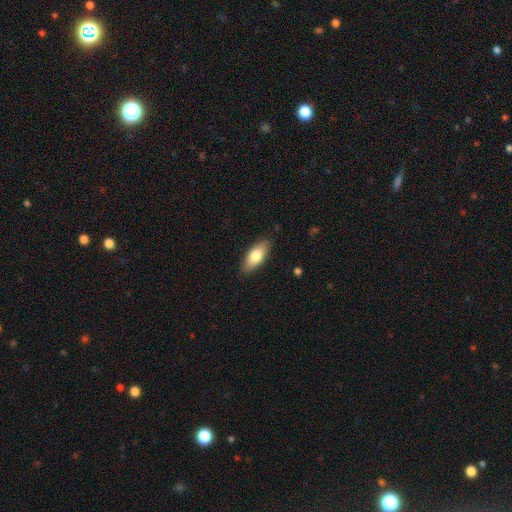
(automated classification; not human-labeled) Smooth or featured?
  - smooth: 75% *
  - featured or disk: 19%
  - star or artifact: 6%
How rounded?
  - in between: 81% *
  - cigar-shaped: 16%
  - round: 3%
Merging?
  - none: 86% *
  - minor disturbance: 11%
  - major disturbance: 2%
  - merger: 1%